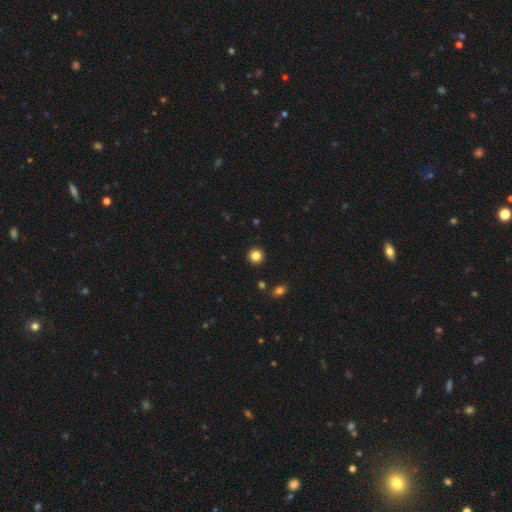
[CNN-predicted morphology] smooth-or-featured: smooth: 84% | star or artifact: 11% | featured or disk: 5%
  how-rounded: round: 94% | in between: 5% | cigar-shaped: 1%
  merging: none: 92% | minor disturbance: 5% | major disturbance: 2% | merger: 1%